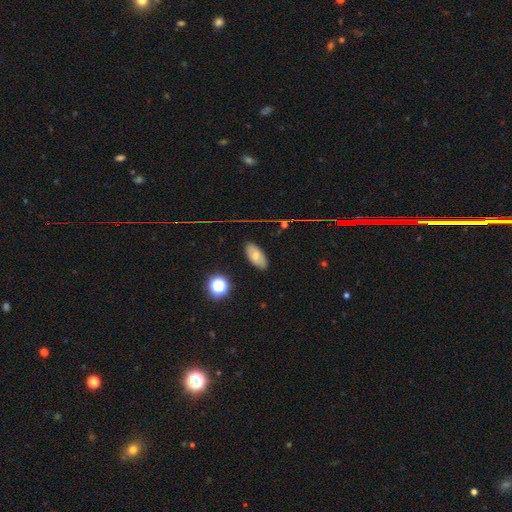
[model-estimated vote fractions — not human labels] Smooth or featured? smooth (67%)
How rounded? in between (90%)
Merging? none (85%)